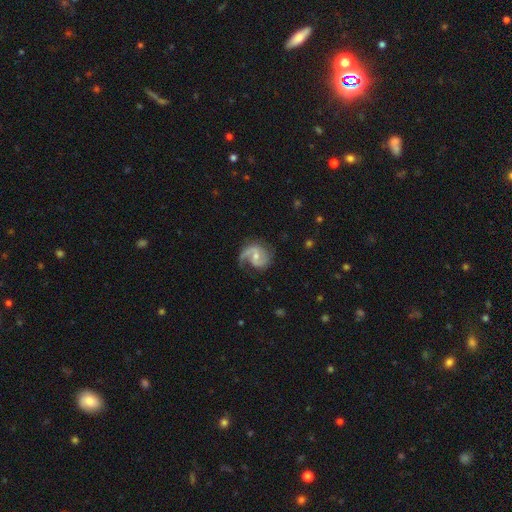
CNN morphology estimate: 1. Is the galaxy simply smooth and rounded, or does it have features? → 86% featured or disk, 9% smooth, 5% star or artifact.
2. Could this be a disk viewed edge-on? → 98% no, 2% yes.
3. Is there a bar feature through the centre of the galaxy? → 51% weak, 30% no, 18% strong.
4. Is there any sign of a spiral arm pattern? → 96% yes, 4% no.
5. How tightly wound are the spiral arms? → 50% medium, 31% loose, 19% tight.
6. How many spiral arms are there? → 66% 2, 27% 1, 4% can't tell, 2% 3, 1% 4, 1% more than 4.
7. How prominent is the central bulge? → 50% small, 44% moderate, 3% none, 2% large, 1% dominant.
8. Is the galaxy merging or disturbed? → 62% none, 21% minor disturbance, 15% major disturbance, 2% merger.